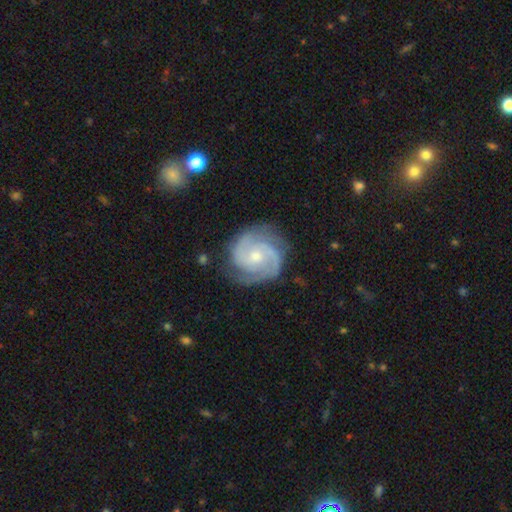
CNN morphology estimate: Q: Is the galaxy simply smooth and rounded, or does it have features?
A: featured or disk — 90%.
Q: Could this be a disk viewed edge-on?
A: no — 98%.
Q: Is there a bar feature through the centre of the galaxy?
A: no — 63%.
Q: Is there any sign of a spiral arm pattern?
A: yes — 98%.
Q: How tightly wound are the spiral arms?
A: tight — 57%.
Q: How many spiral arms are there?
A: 2 — 57%.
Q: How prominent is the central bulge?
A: small — 51%.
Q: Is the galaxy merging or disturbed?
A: none — 79%.